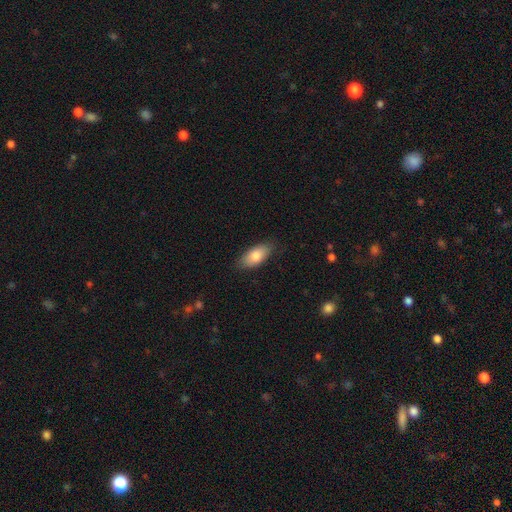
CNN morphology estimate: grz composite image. It shows a smooth galaxy with no disk features (79%) that is in between round and cigar-shaped (88%). Merging: none (83%).